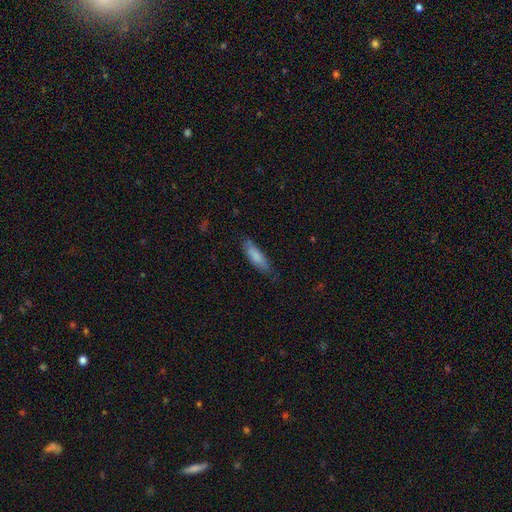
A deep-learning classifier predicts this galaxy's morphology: Smooth or featured?
  - smooth: 83% *
  - featured or disk: 12%
  - star or artifact: 6%
How rounded?
  - cigar-shaped: 49% * (tied)
  - in between: 49% * (tied)
  - round: 1%
Merging?
  - none: 73% *
  - minor disturbance: 21%
  - major disturbance: 4%
  - merger: 2%